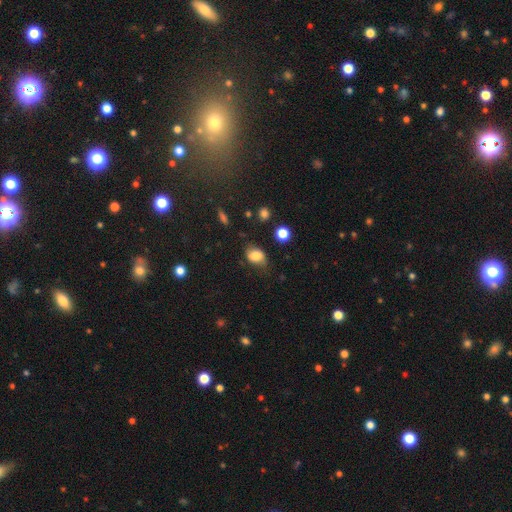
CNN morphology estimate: The model was most divided on "merging": none: 63%, minor disturbance: 27%, major disturbance: 8%, merger: 2%. More confident: smooth or featured — smooth (76%); how rounded — in between (69%).